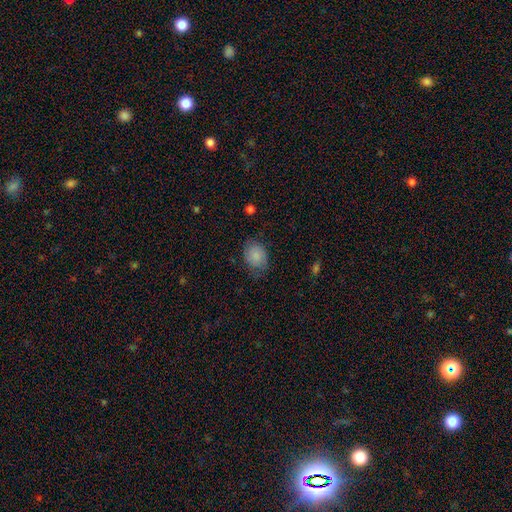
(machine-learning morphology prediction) smooth_or_featured: smooth (p=0.85) [alt: featured or disk p=0.08]
how_rounded: in between (p=0.61) [alt: round p=0.38]
merging: none (p=0.71) [alt: minor disturbance p=0.22]